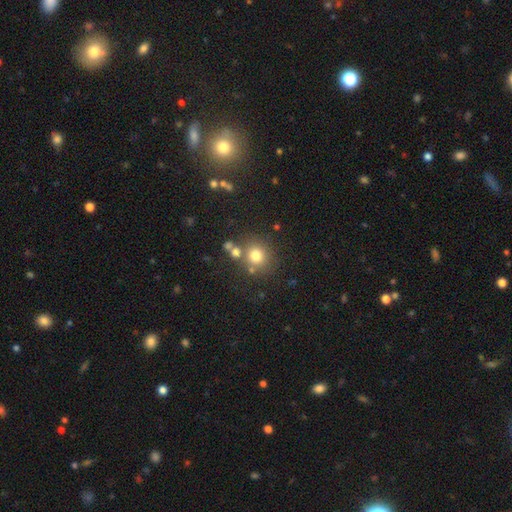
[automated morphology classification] The model was most divided on "merging": none: 69%, merger: 16%, minor disturbance: 10%, major disturbance: 4%. More confident: how rounded — round (88%); smooth or featured — smooth (75%).